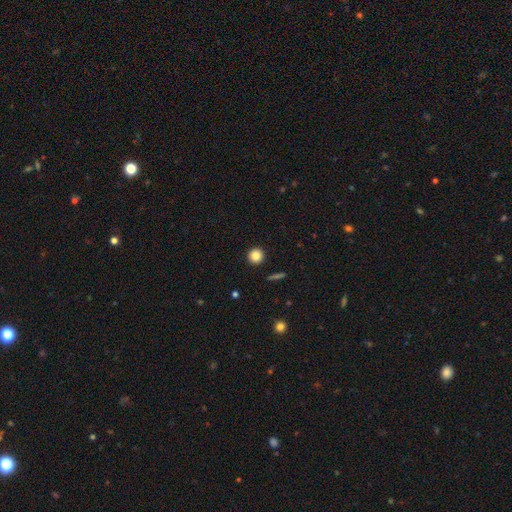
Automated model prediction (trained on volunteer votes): Q: Smooth or featured?
A: smooth (85%); runner-up: star or artifact (10%)
Q: How rounded?
A: round (95%); runner-up: in between (4%)
Q: Merging?
A: none (93%); runner-up: minor disturbance (4%)